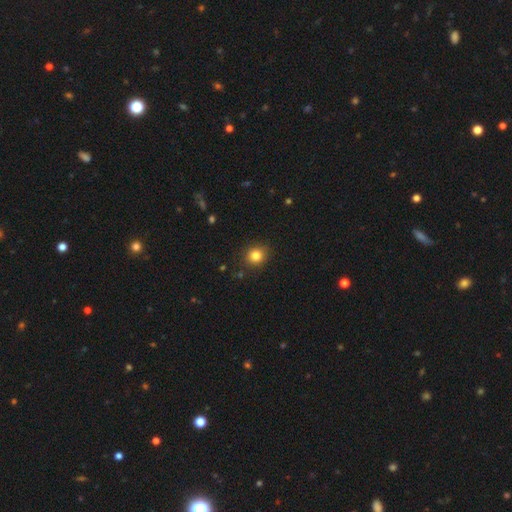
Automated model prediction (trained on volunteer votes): This appears to be a smooth galaxy with no disk features (83%) that is round (84%). Merging: none (88%).